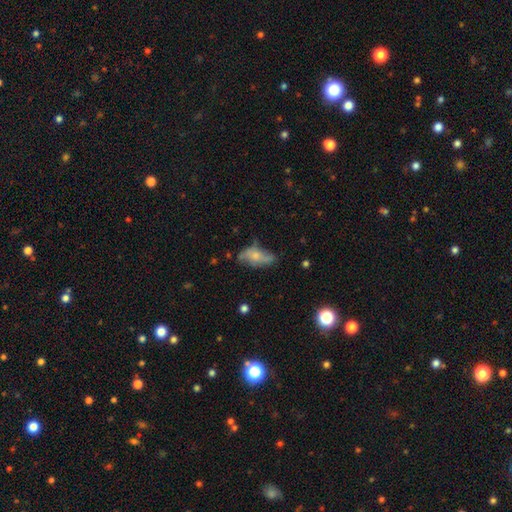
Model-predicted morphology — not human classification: Smooth or featured: smooth — 48% (featured or disk — 44%)
Merging: none — 49% (minor disturbance — 31%)